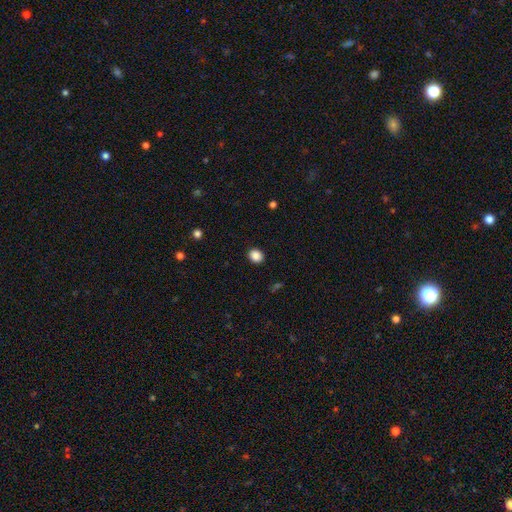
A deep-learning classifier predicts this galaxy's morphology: A smooth galaxy with no disk features (87%) that is round (69%). Merging: none (91%).